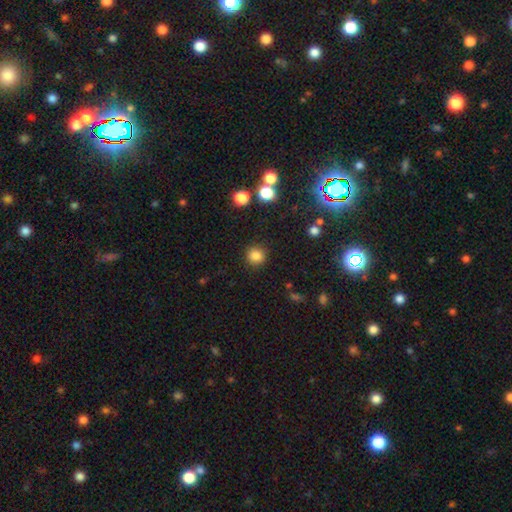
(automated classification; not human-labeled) The model was most divided on "smooth or featured": smooth: 84%, star or artifact: 12%, featured or disk: 4%. More confident: how rounded — round (92%); merging — none (89%).